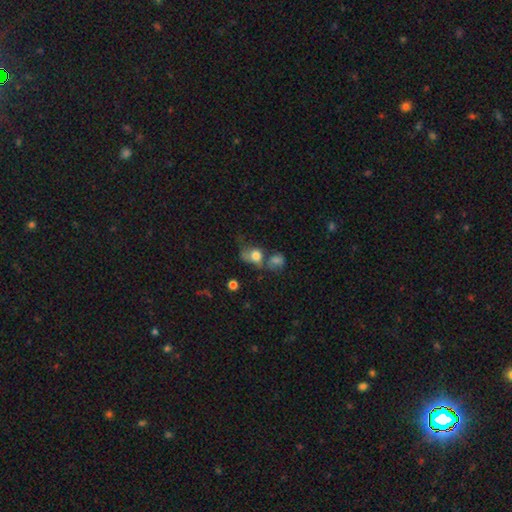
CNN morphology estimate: smooth 71%, featured or disk 18%, star or artifact 12%. Down the decision tree: how rounded — round (52%); merging — merger (30%).